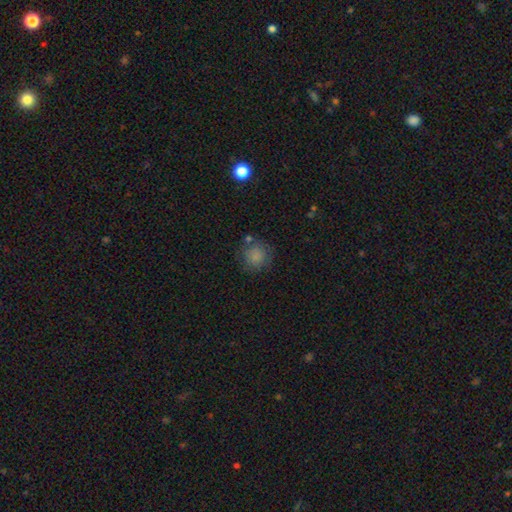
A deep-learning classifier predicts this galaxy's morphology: smooth 82%, star or artifact 10%, featured or disk 8%. Down the decision tree: how rounded — round (89%); merging — none (73%).